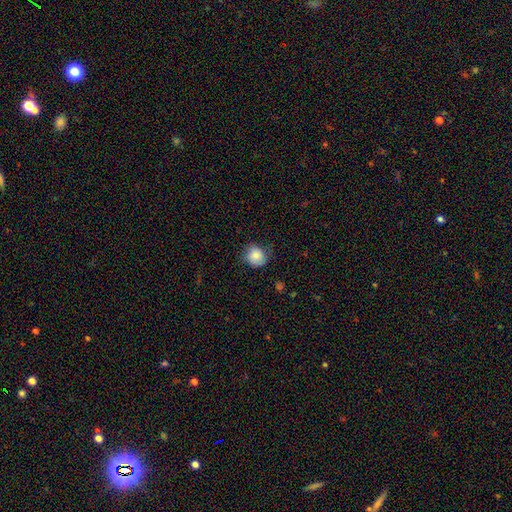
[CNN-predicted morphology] Smooth or featured?
  - smooth: 77% *
  - featured or disk: 14%
  - star or artifact: 8%
How rounded?
  - round: 81% *
  - in between: 18%
  - cigar-shaped: 1%
Merging?
  - none: 65% *
  - minor disturbance: 26%
  - major disturbance: 8%
  - merger: 1%